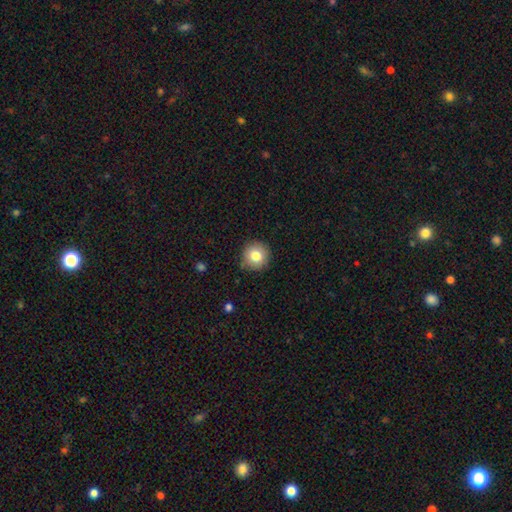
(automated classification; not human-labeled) smooth-or-featured: smooth: 80% | star or artifact: 10% | featured or disk: 10%
  how-rounded: round: 94% | in between: 5% | cigar-shaped: 1%
  merging: none: 86% | minor disturbance: 11% | major disturbance: 2% | merger: 1%